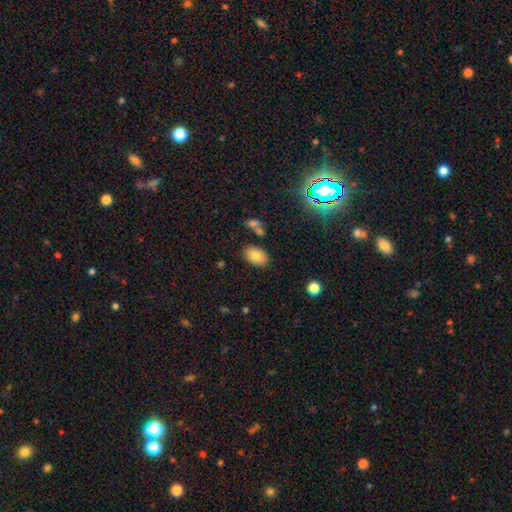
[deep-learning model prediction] A smooth galaxy with no disk features (79%) that is in between round and cigar-shaped (90%). Merging: none (80%).